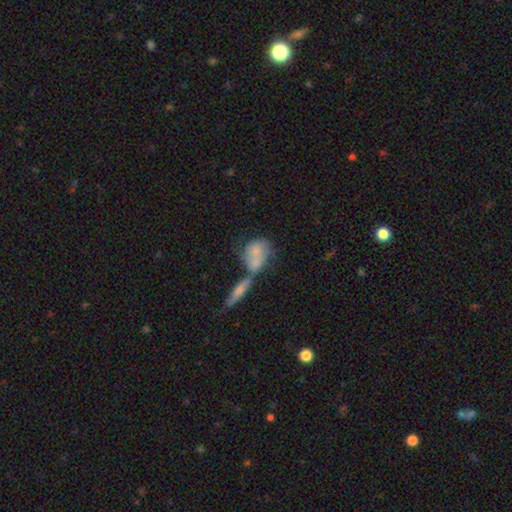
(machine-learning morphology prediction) smooth-or-featured: smooth: 66% | featured or disk: 25% | star or artifact: 9%
  how-rounded: in between: 61% | round: 32% | cigar-shaped: 6%
  merging: merger: 54% | none: 28% | minor disturbance: 12% | major disturbance: 7%